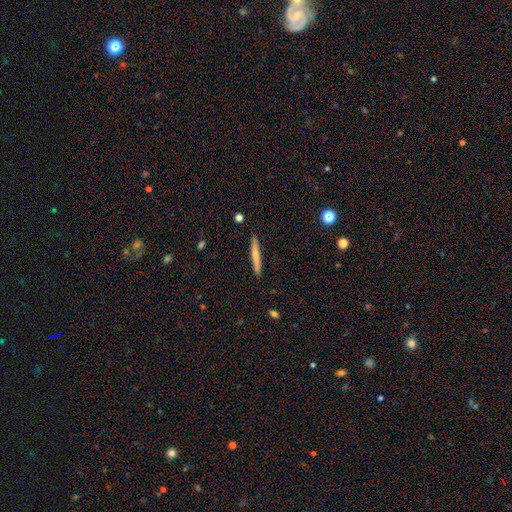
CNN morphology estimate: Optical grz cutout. It shows a smooth galaxy with no disk features (68%) that is cigar-shaped (96%). Merging: none (91%).